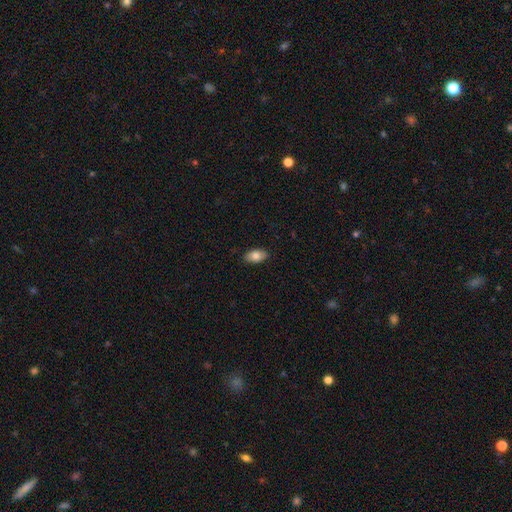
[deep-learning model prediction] Morphology: type=smooth (81%); roundness=in between (93%); merging=none (88%).